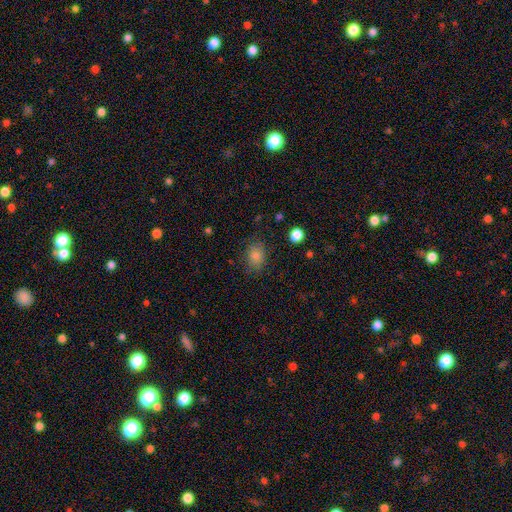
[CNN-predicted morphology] A smooth galaxy with no disk features (79%) that is in between round and cigar-shaped (56%). Merging: none (80%).